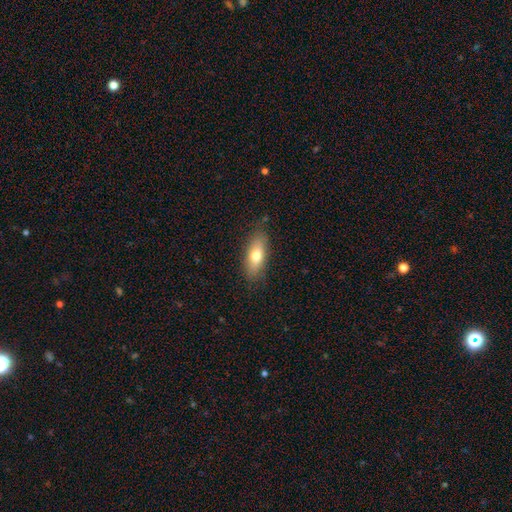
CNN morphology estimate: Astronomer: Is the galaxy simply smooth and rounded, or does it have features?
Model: smooth — 72%.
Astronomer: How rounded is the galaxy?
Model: in between — 75%.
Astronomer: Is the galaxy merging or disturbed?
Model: none — 82%.